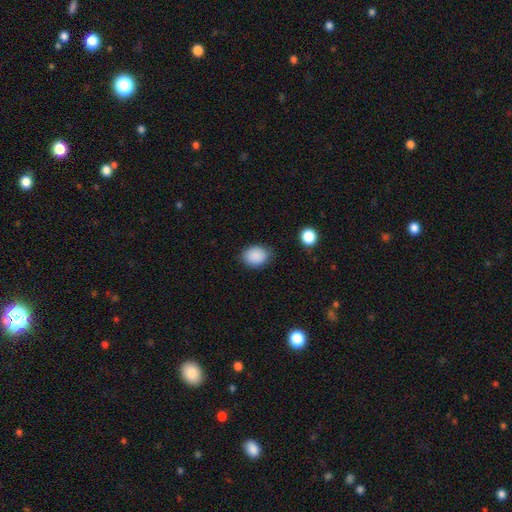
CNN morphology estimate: smooth_or_featured: smooth (p=0.89) [alt: star or artifact p=0.08]
how_rounded: in between (p=0.58) [alt: round p=0.42]
merging: none (p=0.82) [alt: minor disturbance p=0.13]